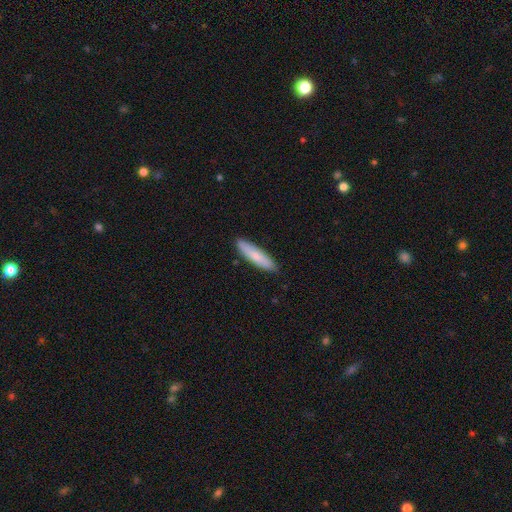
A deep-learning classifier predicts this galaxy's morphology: Smooth or featured? smooth (78%)
How rounded? cigar-shaped (75%)
Merging? none (88%)